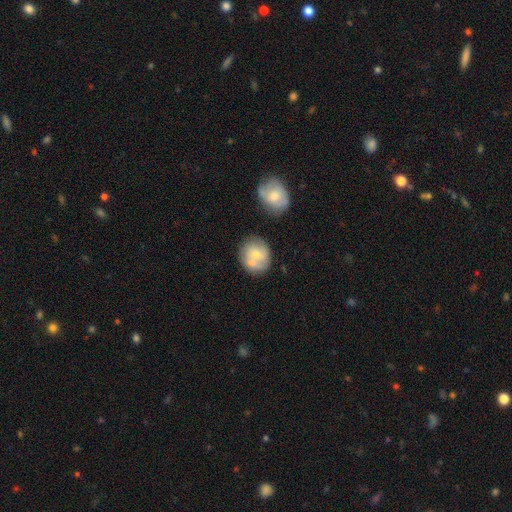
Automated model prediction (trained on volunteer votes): smooth-or-featured: smooth: 59% | featured or disk: 34% | star or artifact: 7%
  how-rounded: round: 76% | in between: 23% | cigar-shaped: 1%
  merging: none: 53% | merger: 25% | minor disturbance: 17% | major disturbance: 5%